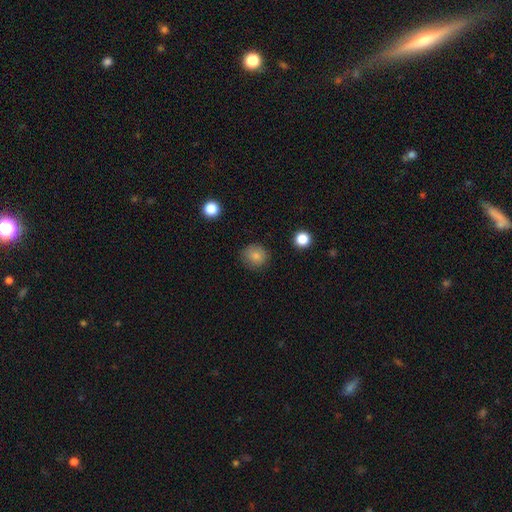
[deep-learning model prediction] smooth-or-featured: smooth: 83% | star or artifact: 11% | featured or disk: 6%
  how-rounded: round: 88% | in between: 11% | cigar-shaped: 1%
  merging: none: 84% | minor disturbance: 11% | major disturbance: 3% | merger: 1%